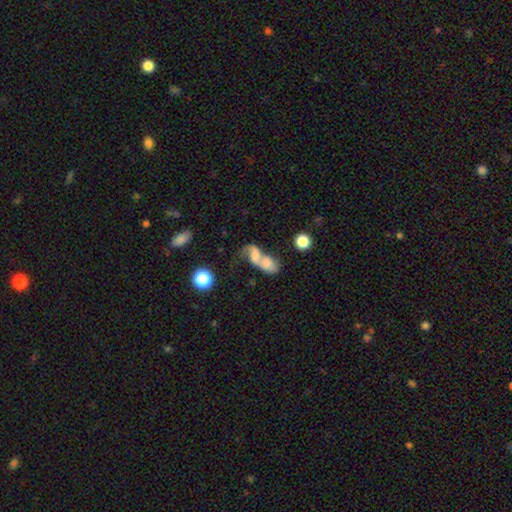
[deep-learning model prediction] smooth_or_featured: smooth (p=0.46) [alt: featured or disk p=0.42]
merging: merger (p=0.71) [alt: none p=0.12]